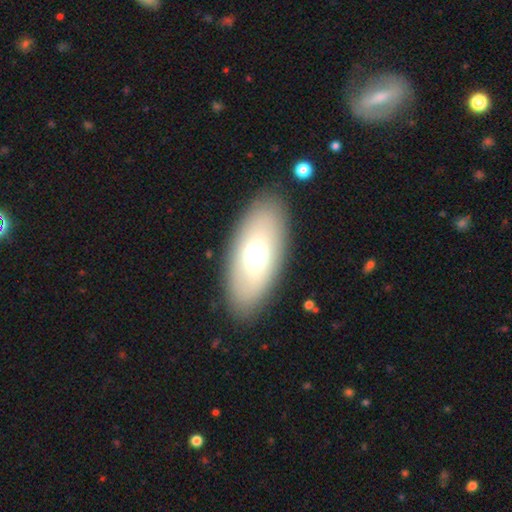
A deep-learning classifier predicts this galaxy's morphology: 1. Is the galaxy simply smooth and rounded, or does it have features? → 64% smooth, 28% featured or disk, 8% star or artifact.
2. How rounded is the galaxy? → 88% in between, 9% cigar-shaped, 4% round.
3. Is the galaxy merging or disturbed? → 87% none, 8% minor disturbance, 3% major disturbance, 1% merger.